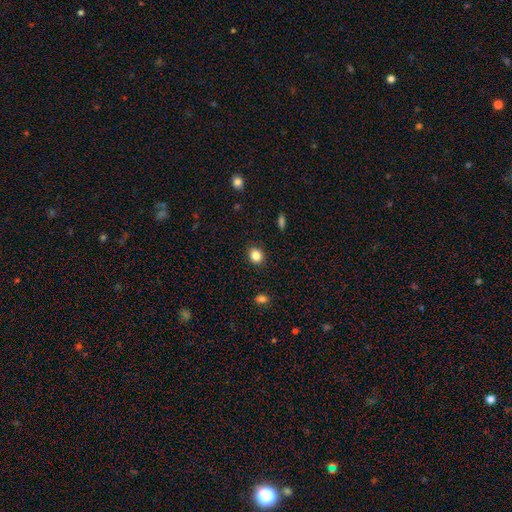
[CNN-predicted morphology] smooth 85%, star or artifact 11%, featured or disk 5%. Down the decision tree: how rounded — round (68%); merging — none (90%).